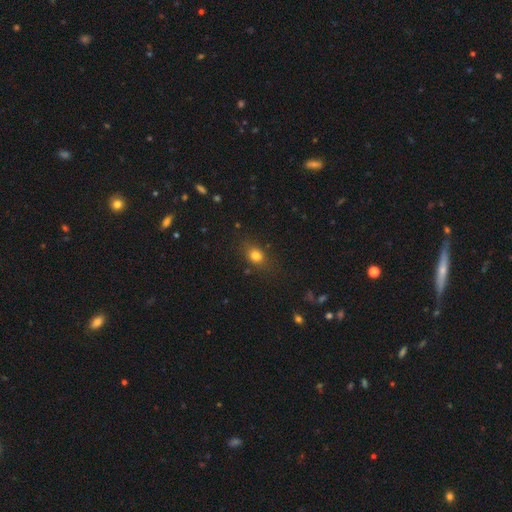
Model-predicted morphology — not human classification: A smooth galaxy with no disk features (79%) that is in between round and cigar-shaped (54%).

Vote fractions:
- Smooth or featured? smooth: 79% / star or artifact: 13% / featured or disk: 8%
- How rounded? in between: 54% / round: 43% / cigar-shaped: 2%
- Merging? none: 77% / minor disturbance: 15% / major disturbance: 6% / merger: 2%